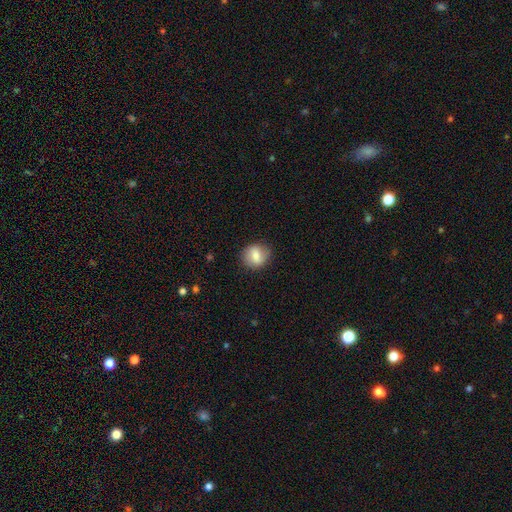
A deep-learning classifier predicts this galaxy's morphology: Q: Smooth or featured?
A: smooth (73%); runner-up: featured or disk (19%)
Q: How rounded?
A: round (76%); runner-up: in between (23%)
Q: Merging?
A: none (83%); runner-up: minor disturbance (13%)